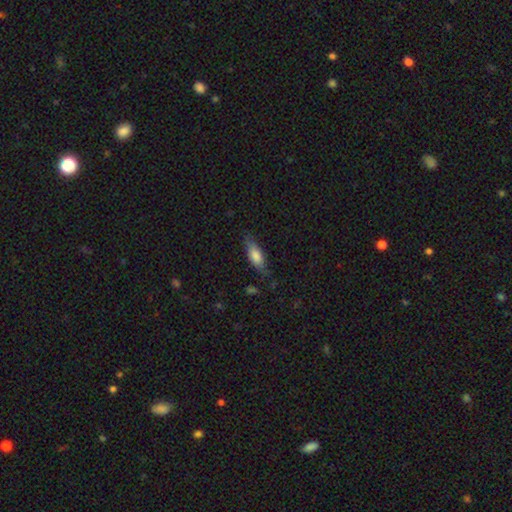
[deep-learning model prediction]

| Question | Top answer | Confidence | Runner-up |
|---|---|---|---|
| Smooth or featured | smooth | 77% | featured or disk (17%) |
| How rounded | in between | 62% | cigar-shaped (36%) |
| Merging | none | 73% | minor disturbance (20%) |